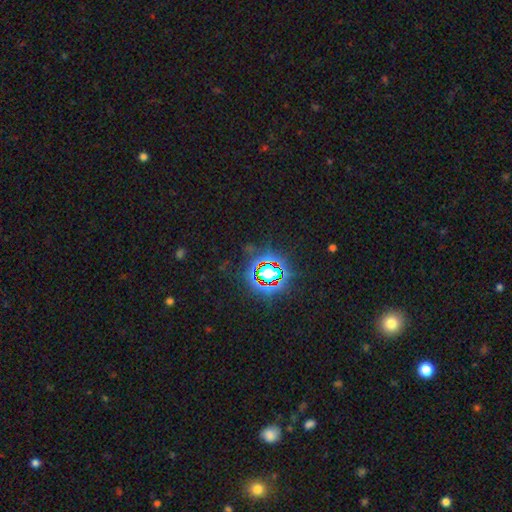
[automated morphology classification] smooth-or-featured: star or artifact: 80% | smooth: 12% | featured or disk: 9%